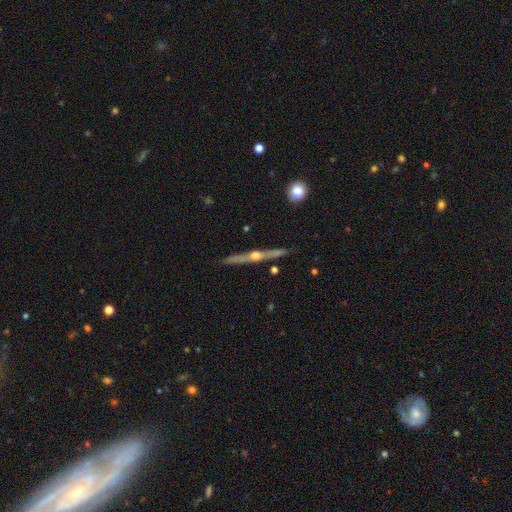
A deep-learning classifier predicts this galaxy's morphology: Smooth or featured: featured or disk — 80% (smooth — 15%)
Edge-on disk: yes — 98% (no — 2%)
Edge-on bulge: rounded — 94% (none — 4%)
Merging: none — 90% (minor disturbance — 7%)